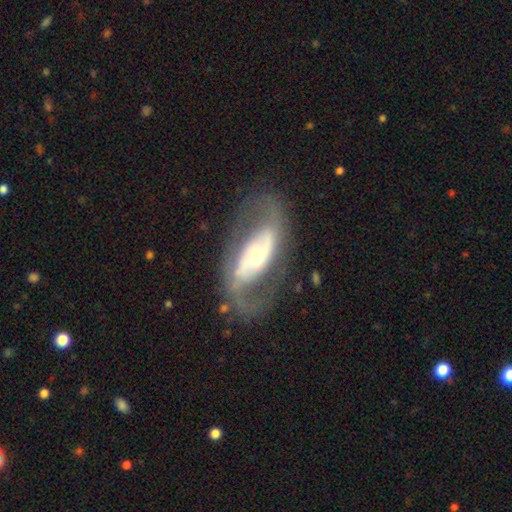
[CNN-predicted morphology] featured or disk 84%, smooth 11%, star or artifact 5%. Down the decision tree: edge-on disk — no (92%); bar — no (36%); spiral arms — yes (84%); spiral arm count — 2 (89%); spiral winding — medium (43%); bulge size — moderate (60%); merging — none (72%).